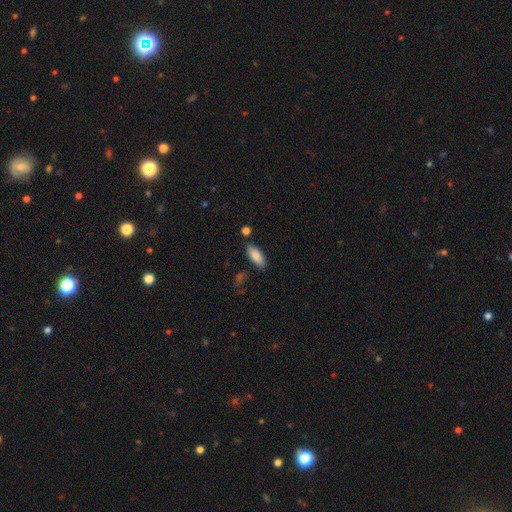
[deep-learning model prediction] smooth 87%, featured or disk 7%, star or artifact 6%. Down the decision tree: how rounded — in between (82%); merging — none (81%).